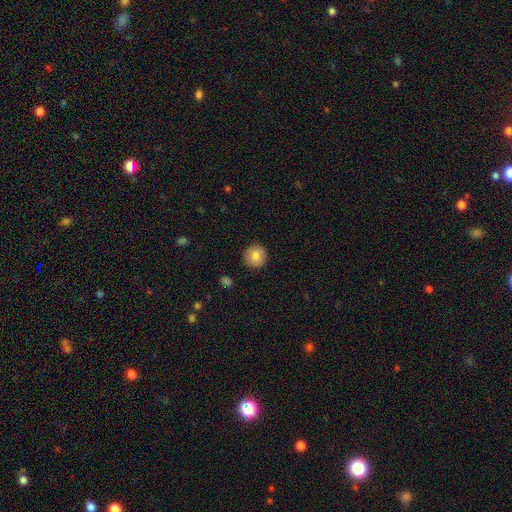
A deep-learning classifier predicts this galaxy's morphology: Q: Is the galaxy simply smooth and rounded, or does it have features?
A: smooth — 81%.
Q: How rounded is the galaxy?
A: round — 95%.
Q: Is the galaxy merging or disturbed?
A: none — 91%.